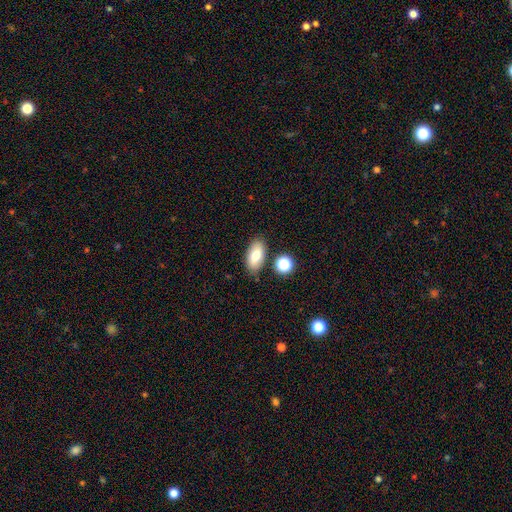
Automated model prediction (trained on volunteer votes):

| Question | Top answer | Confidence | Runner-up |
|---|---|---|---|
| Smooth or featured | smooth | 76% | featured or disk (15%) |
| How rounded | in between | 90% | round (6%) |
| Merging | none | 80% | minor disturbance (12%) |